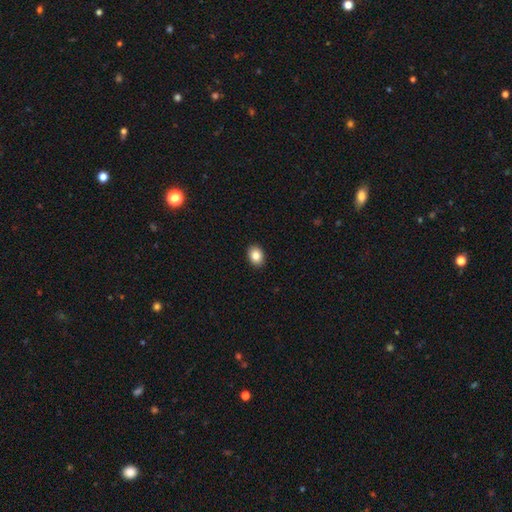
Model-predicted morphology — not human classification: Q: Smooth or featured?
A: smooth (85%); runner-up: star or artifact (9%)
Q: How rounded?
A: in between (69%); runner-up: round (30%)
Q: Merging?
A: none (92%); runner-up: minor disturbance (6%)